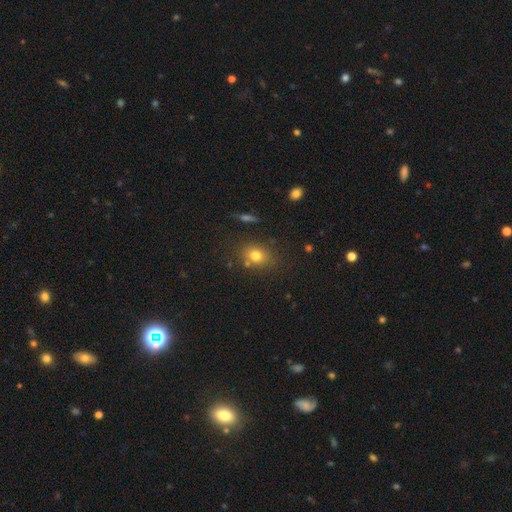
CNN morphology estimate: smooth 76%, star or artifact 14%, featured or disk 10%. Down the decision tree: how rounded — round (52%); merging — none (78%).